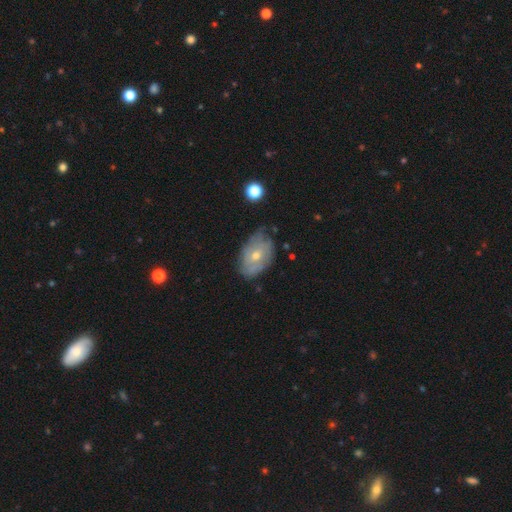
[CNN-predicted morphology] A featured or disk galaxy (57%) with no bar (76%), spiral arms (62%) and a small central bulge (51%).

Vote fractions:
- Smooth or featured? featured or disk: 57% / smooth: 33% / star or artifact: 9%
- Edge-on disk? no: 93% / yes: 7%
- Bar? no: 76% / weak: 20% / strong: 4%
- Spiral arms? yes: 62% / no: 38%
- Bulge size? small: 51% / moderate: 46% / large: 1% / none: 1% / dominant: 1%
- Merging? none: 60% / minor disturbance: 30% / major disturbance: 8% / merger: 2%